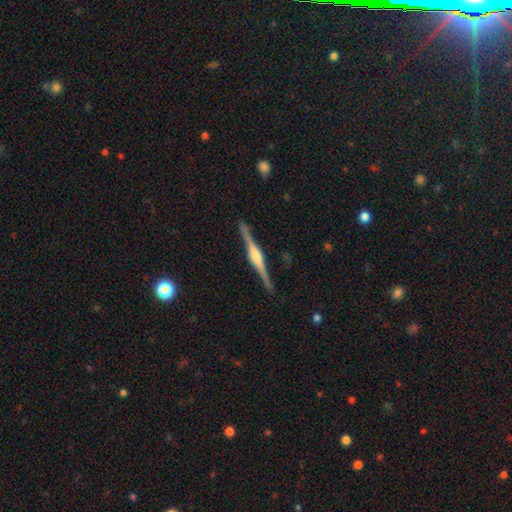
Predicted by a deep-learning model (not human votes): Smooth or featured?
  - featured or disk: 87% *
  - smooth: 9%
  - star or artifact: 5%
Edge-on disk?
  - yes: 99% *
  - no: 1%
Edge-on bulge?
  - rounded: 78% *
  - boxy: 18%
  - none: 4%
Merging?
  - none: 91% *
  - minor disturbance: 6%
  - major disturbance: 1%
  - merger: 1%